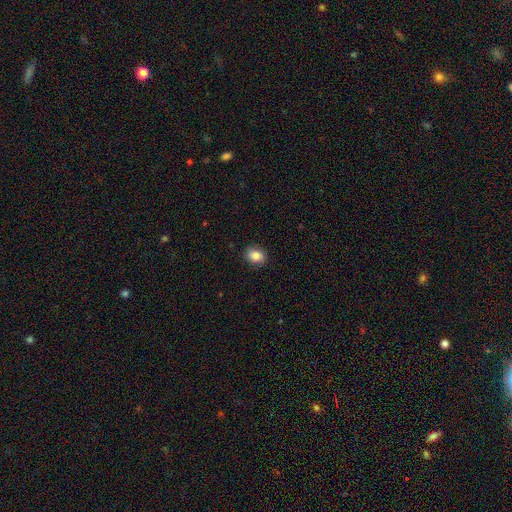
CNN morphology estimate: Smooth or featured?
  - smooth: 84% *
  - star or artifact: 9%
  - featured or disk: 7%
How rounded?
  - in between: 56% *
  - round: 42%
  - cigar-shaped: 1%
Merging?
  - none: 88% *
  - minor disturbance: 9%
  - major disturbance: 2%
  - merger: 1%